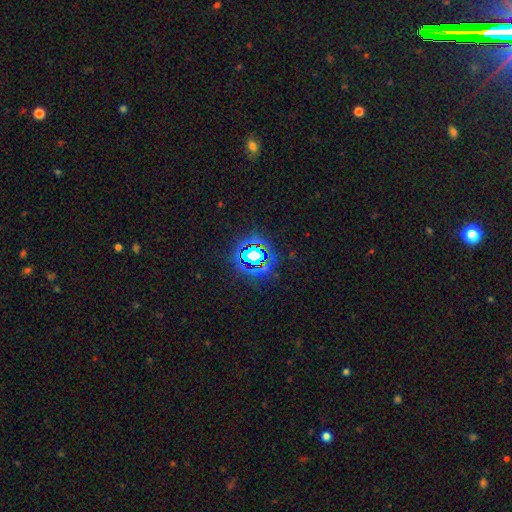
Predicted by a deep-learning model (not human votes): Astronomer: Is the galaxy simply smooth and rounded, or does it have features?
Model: star or artifact — 69%.